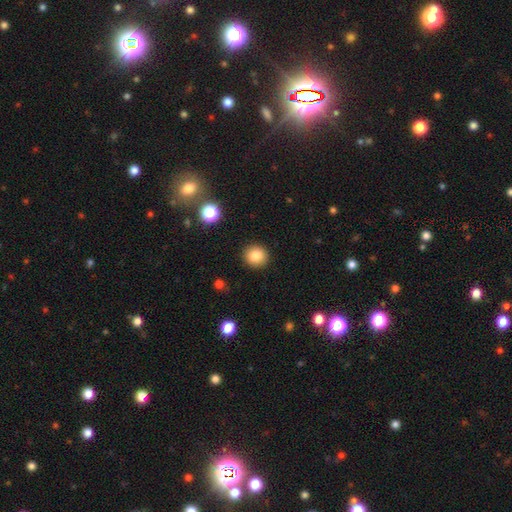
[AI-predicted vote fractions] smooth 84%, star or artifact 10%, featured or disk 6%. Down the decision tree: how rounded — round (89%); merging — none (91%).